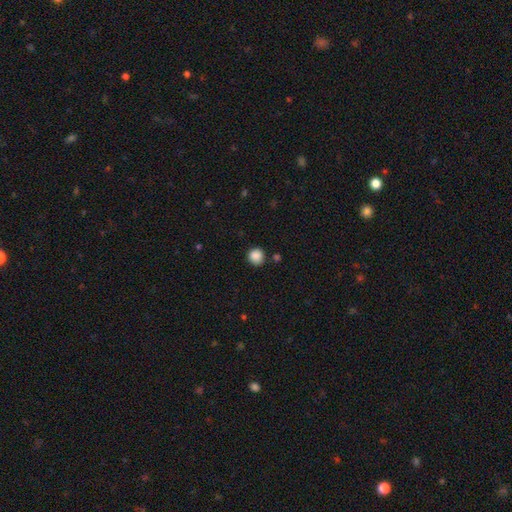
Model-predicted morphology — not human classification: type=smooth (87%); roundness=round (91%); merging=none (85%).